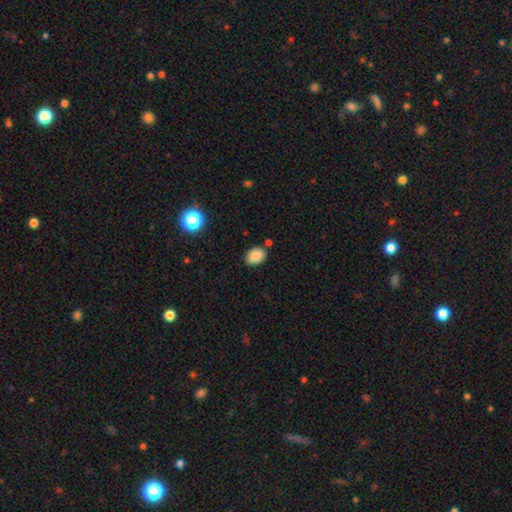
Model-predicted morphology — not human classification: smooth_or_featured: smooth (p=0.86) [alt: star or artifact p=0.09]
how_rounded: in between (p=0.73) [alt: round p=0.26]
merging: none (p=0.79) [alt: minor disturbance p=0.13]